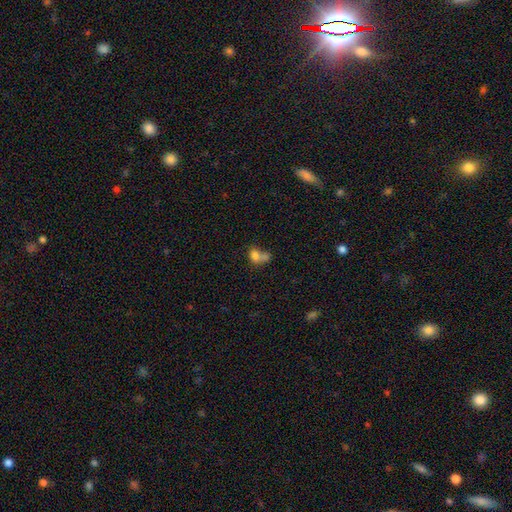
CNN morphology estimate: This appears to be a smooth galaxy with no disk features (75%) that is in between round and cigar-shaped (56%). Merging: merger (60%).